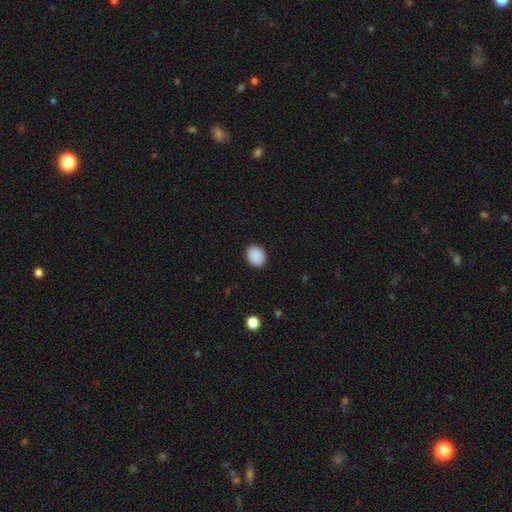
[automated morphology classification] Smooth or featured: smooth — 90% (star or artifact — 8%)
How rounded: in between — 54% (round — 45%)
Merging: none — 89% (minor disturbance — 8%)